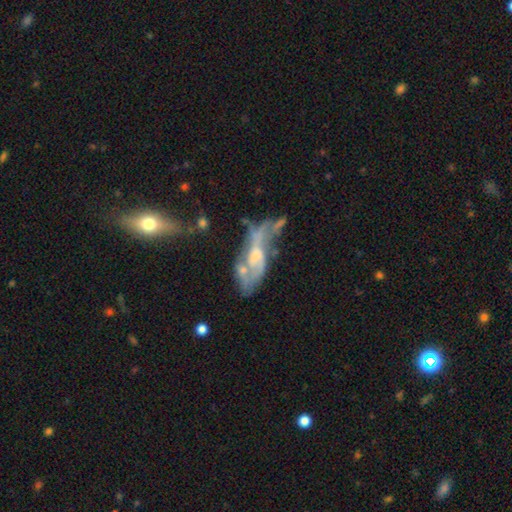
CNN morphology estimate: A featured or disk galaxy (69%) with no bar (61%), spiral arms (55%) and a moderate central bulge (43%).

Vote fractions:
- Smooth or featured? featured or disk: 69% / smooth: 22% / star or artifact: 9%
- Edge-on disk? no: 85% / yes: 15%
- Bar? no: 61% / weak: 30% / strong: 8%
- Spiral arms? yes: 55% / no: 45%
- Bulge size? moderate: 43% / small: 30% / none: 18% / large: 8% / dominant: 2%
- Merging? none: 29% / major disturbance: 28% / merger: 22% / minor disturbance: 21%